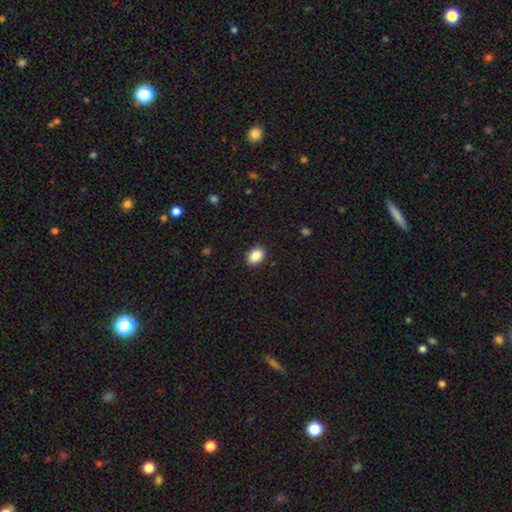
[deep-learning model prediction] A smooth galaxy with no disk features (90%) that is in between round and cigar-shaped (81%).

Vote fractions:
- Smooth or featured? smooth: 90% / star or artifact: 8% / featured or disk: 3%
- How rounded? in between: 81% / round: 18% / cigar-shaped: 1%
- Merging? none: 89% / minor disturbance: 8% / major disturbance: 2% / merger: 1%